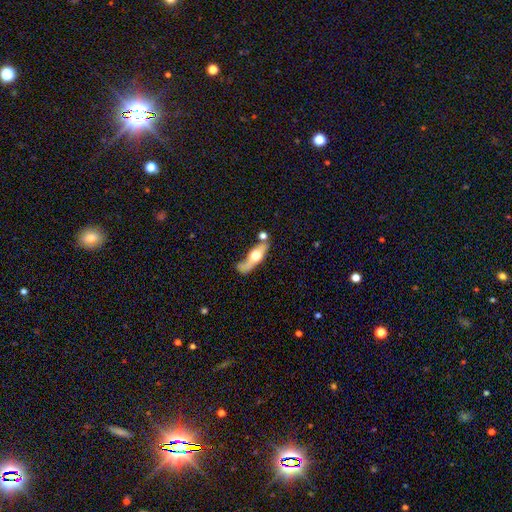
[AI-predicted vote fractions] Smooth or featured? featured or disk (50%)
Merging? none (45%)